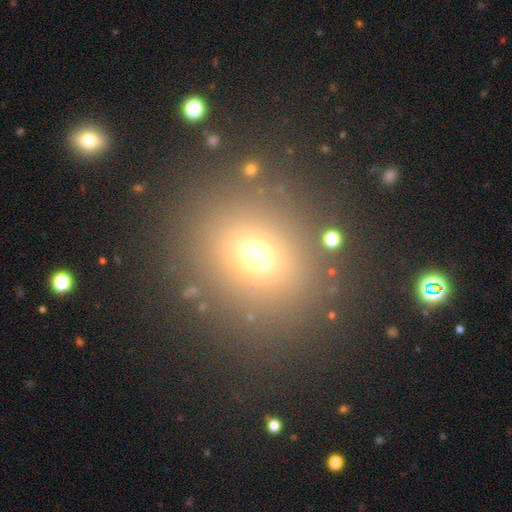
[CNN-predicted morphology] Overall: smooth (66%). How rounded: round (66%; in between 32%). Merging: none (85%).